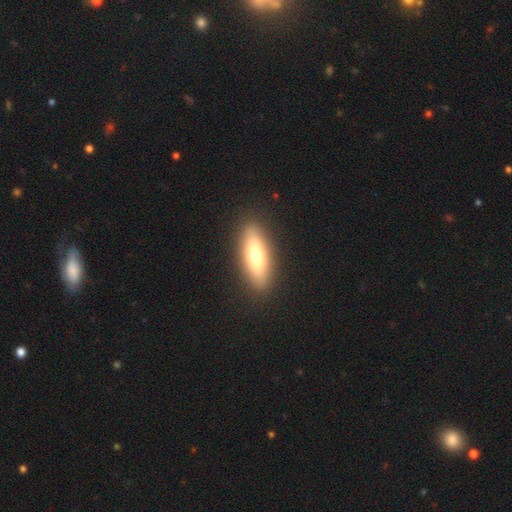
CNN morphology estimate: smooth-or-featured: smooth: 68% | featured or disk: 26% | star or artifact: 7%
  how-rounded: in between: 56% | cigar-shaped: 41% | round: 3%
  merging: none: 89% | minor disturbance: 7% | major disturbance: 2% | merger: 1%